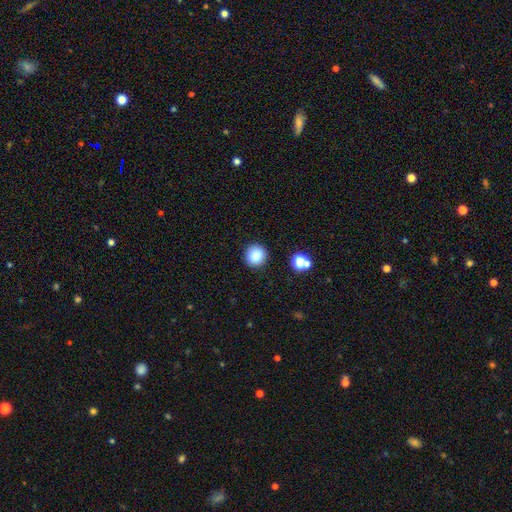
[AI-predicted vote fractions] Overall: smooth (84%). How rounded: round (94%). Merging: none (91%).